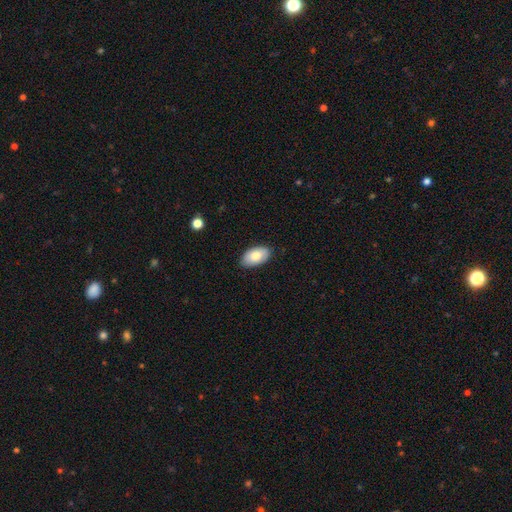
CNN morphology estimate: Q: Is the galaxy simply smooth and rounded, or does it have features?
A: smooth — 81%.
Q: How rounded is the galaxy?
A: in between — 95%.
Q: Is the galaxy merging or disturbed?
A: none — 86%.